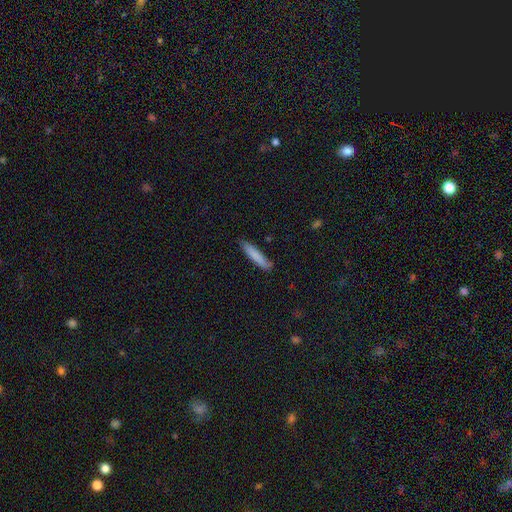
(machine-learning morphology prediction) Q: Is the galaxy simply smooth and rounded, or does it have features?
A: smooth — 81%.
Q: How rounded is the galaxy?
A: cigar-shaped — 89%.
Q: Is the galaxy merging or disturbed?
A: none — 82%.